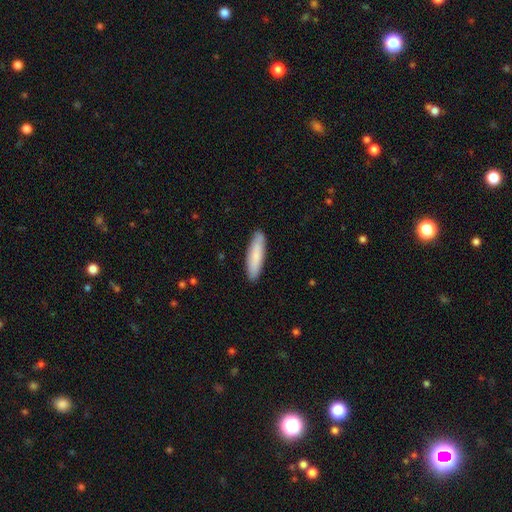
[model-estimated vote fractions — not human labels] This appears to be a smooth galaxy with no disk features (81%) that is cigar-shaped (75%). Merging: none (90%).